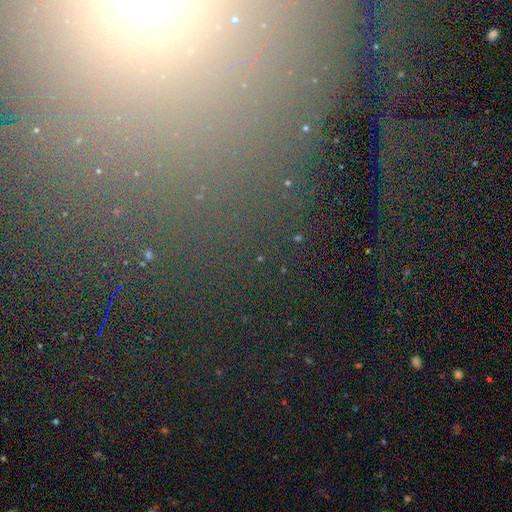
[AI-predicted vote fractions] Smooth or featured: star or artifact — 65% (smooth — 19%)